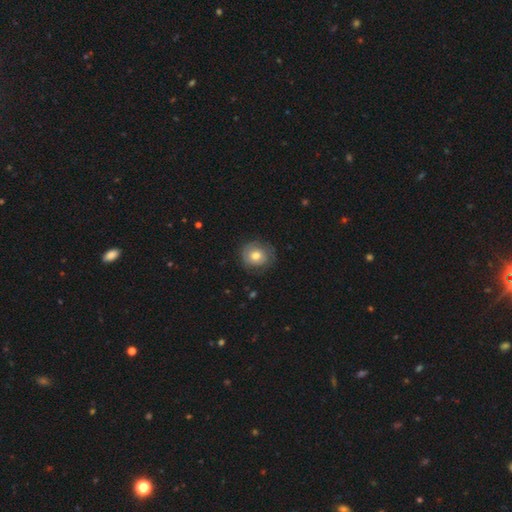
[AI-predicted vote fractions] smooth-or-featured: smooth: 60% | featured or disk: 32% | star or artifact: 8%
  how-rounded: round: 86% | in between: 13% | cigar-shaped: 1%
  merging: none: 75% | minor disturbance: 17% | major disturbance: 6% | merger: 1%